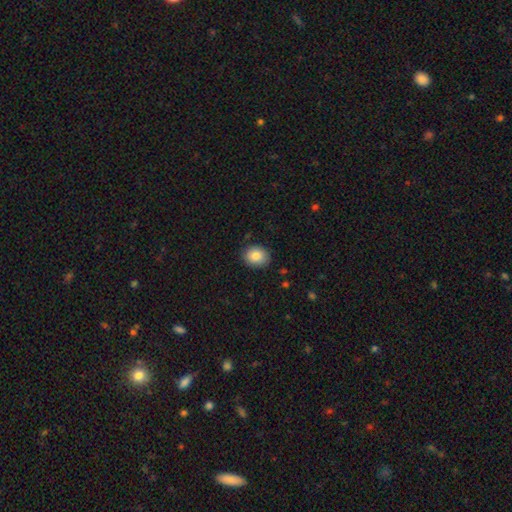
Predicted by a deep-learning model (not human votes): This appears to be a smooth galaxy with no disk features (85%) that is round (56%). Merging: none (86%).